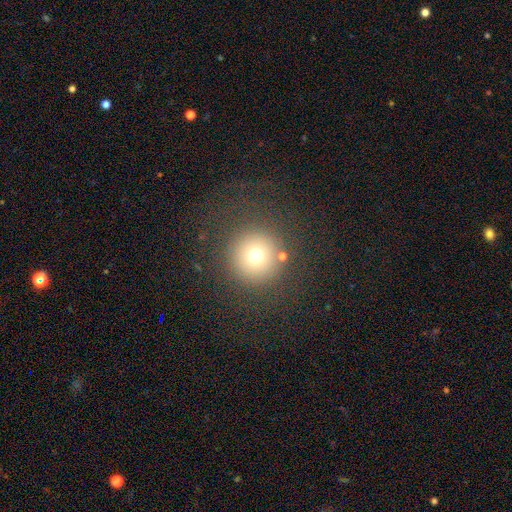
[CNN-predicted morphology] Overall: smooth (71%). How rounded: round (96%). Merging: none (85%).